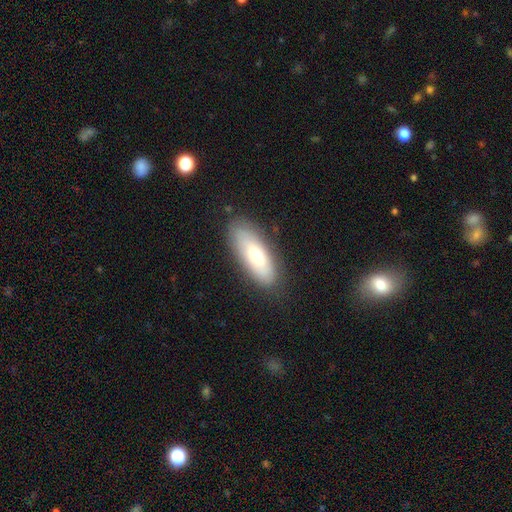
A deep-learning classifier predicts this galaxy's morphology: Smooth or featured?
  - smooth: 67% *
  - featured or disk: 26%
  - star or artifact: 7%
How rounded?
  - in between: 70% *
  - cigar-shaped: 28%
  - round: 2%
Merging?
  - none: 81% *
  - minor disturbance: 14%
  - major disturbance: 4%
  - merger: 1%